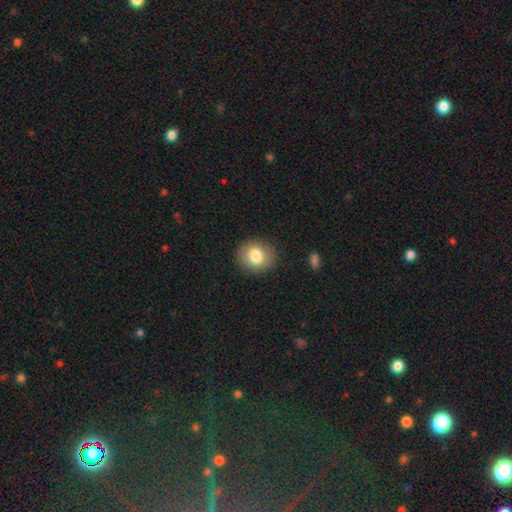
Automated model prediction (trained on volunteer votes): smooth 80%, featured or disk 11%, star or artifact 9%. Down the decision tree: how rounded — round (72%); merging — none (87%).